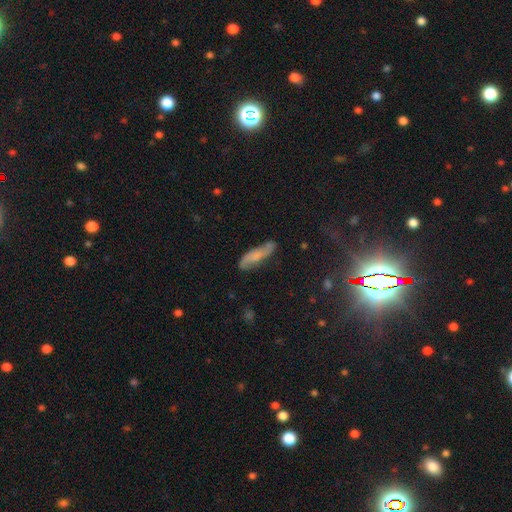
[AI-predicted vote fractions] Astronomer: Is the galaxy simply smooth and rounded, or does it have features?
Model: featured or disk — 49% (runner-up: smooth, 43%).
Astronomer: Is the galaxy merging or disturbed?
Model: none — 73%.